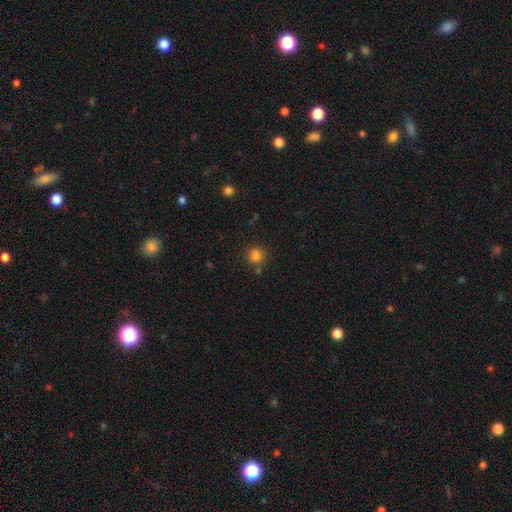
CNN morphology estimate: Smooth or featured: smooth — 82% (star or artifact — 14%)
How rounded: round — 86% (in between — 13%)
Merging: none — 74% (minor disturbance — 12%)